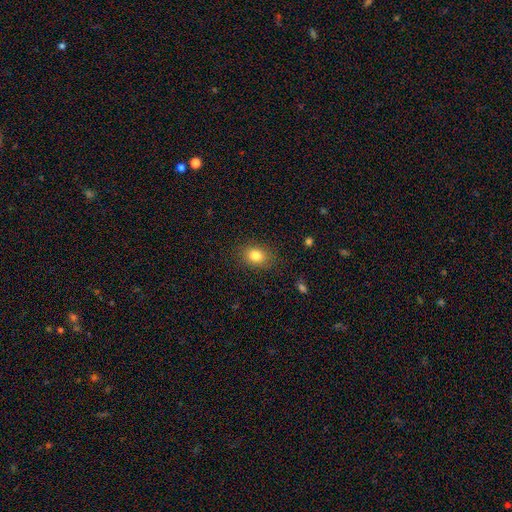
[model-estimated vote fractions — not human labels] A smooth galaxy with no disk features (82%) that is in between round and cigar-shaped (62%).

Vote fractions:
- Smooth or featured? smooth: 82% / star or artifact: 11% / featured or disk: 8%
- How rounded? in between: 62% / round: 37% / cigar-shaped: 1%
- Merging? none: 85% / minor disturbance: 11% / major disturbance: 3% / merger: 1%